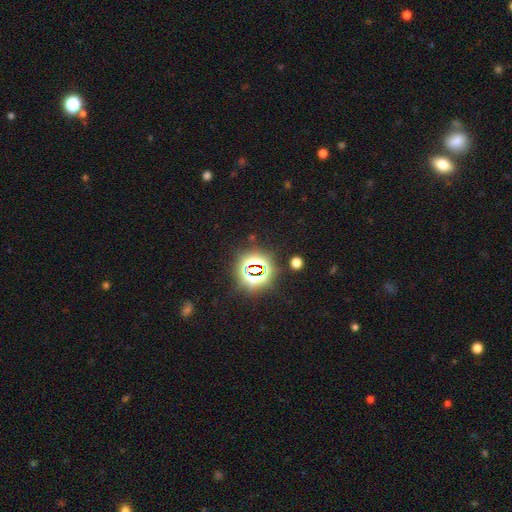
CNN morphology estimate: A star or artifact, not a galaxy (77%).